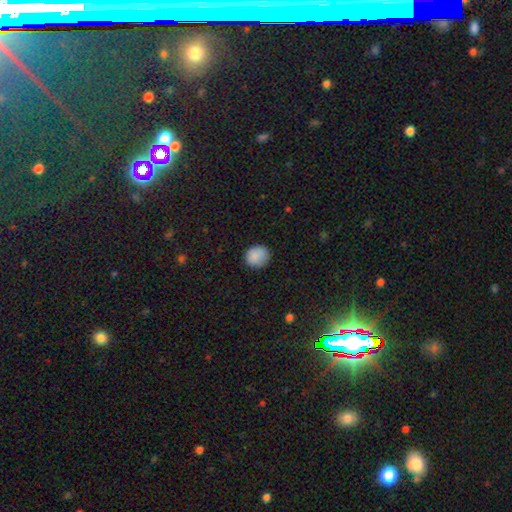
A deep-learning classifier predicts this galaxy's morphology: Q: Smooth or featured?
A: smooth (87%); runner-up: star or artifact (8%)
Q: How rounded?
A: round (80%); runner-up: in between (19%)
Q: Merging?
A: none (83%); runner-up: minor disturbance (13%)